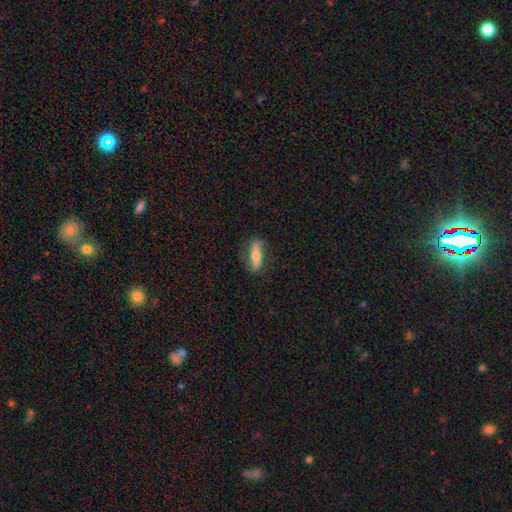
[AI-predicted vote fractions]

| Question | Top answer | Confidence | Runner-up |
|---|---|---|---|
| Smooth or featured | featured or disk | 54% | smooth (39%) |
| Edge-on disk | no | 65% | yes (35%) |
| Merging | none | 72% | minor disturbance (19%) |